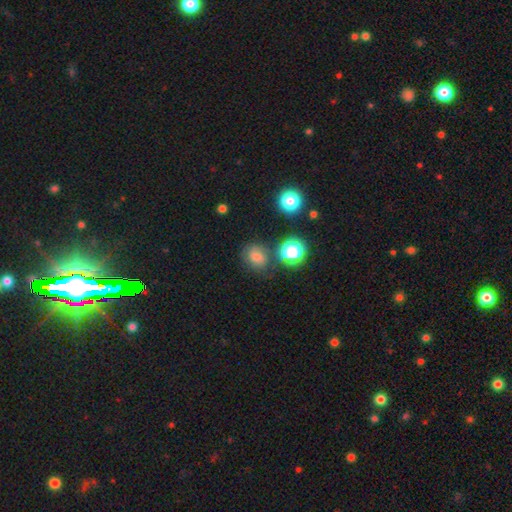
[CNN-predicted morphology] A smooth galaxy with no disk features (66%) that is round (64%).

Vote fractions:
- Smooth or featured? smooth: 66% / star or artifact: 20% / featured or disk: 14%
- How rounded? round: 64% / in between: 35% / cigar-shaped: 1%
- Merging? none: 69% / minor disturbance: 17% / major disturbance: 7% / merger: 6%